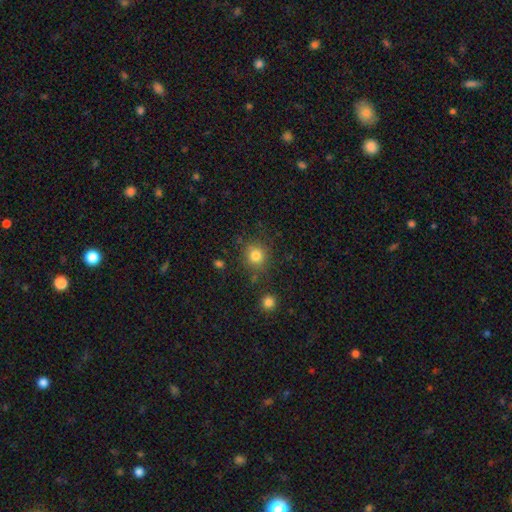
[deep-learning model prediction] Q: Smooth or featured?
A: smooth (81%); runner-up: star or artifact (12%)
Q: How rounded?
A: round (91%); runner-up: in between (8%)
Q: Merging?
A: none (82%); runner-up: minor disturbance (10%)